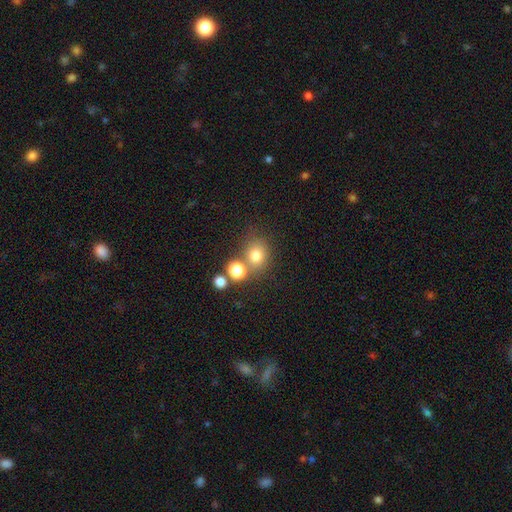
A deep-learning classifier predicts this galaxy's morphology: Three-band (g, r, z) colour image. It shows a smooth galaxy with no disk features (76%) that is round (74%). Merging: none (62%).